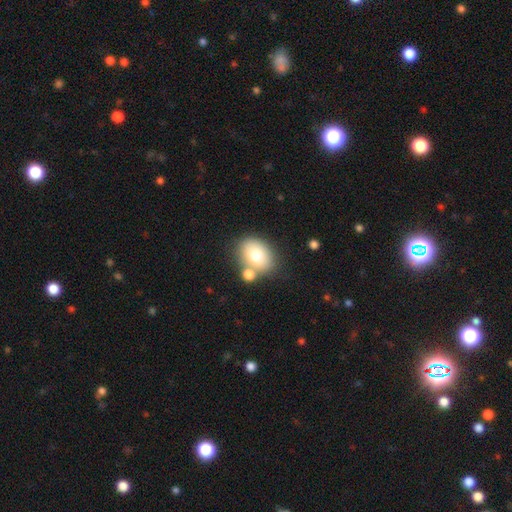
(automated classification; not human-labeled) A smooth galaxy with no disk features (77%) that is in between round and cigar-shaped (68%). Merging: none (62%).